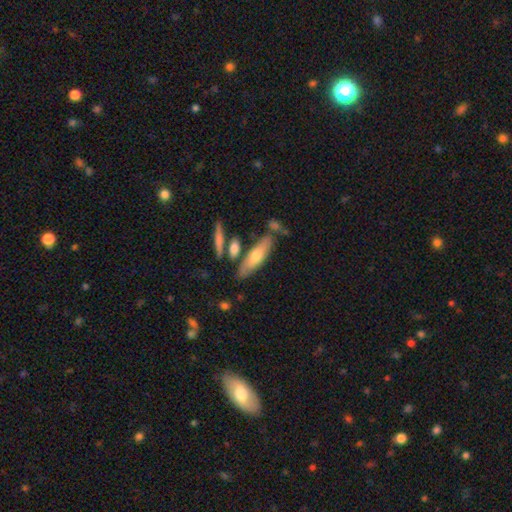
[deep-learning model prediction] Smooth or featured?
  - smooth: 58% *
  - featured or disk: 35%
  - star or artifact: 6%
How rounded?
  - cigar-shaped: 55% *
  - in between: 43%
  - round: 2%
Merging?
  - none: 67% *
  - minor disturbance: 15%
  - merger: 14%
  - major disturbance: 4%